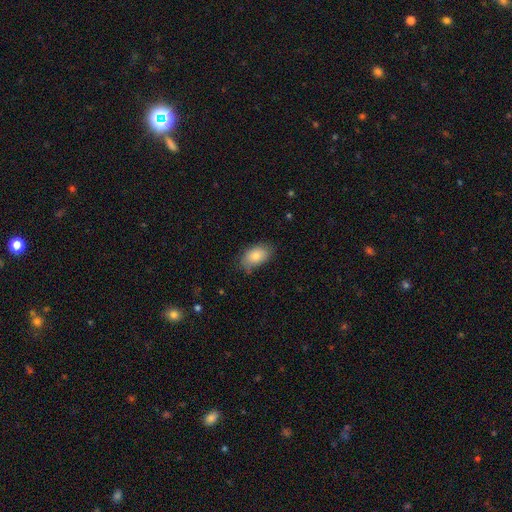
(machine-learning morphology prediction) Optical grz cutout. It shows a smooth galaxy with no disk features (82%) that is in between round and cigar-shaped (91%). Merging: none (70%).